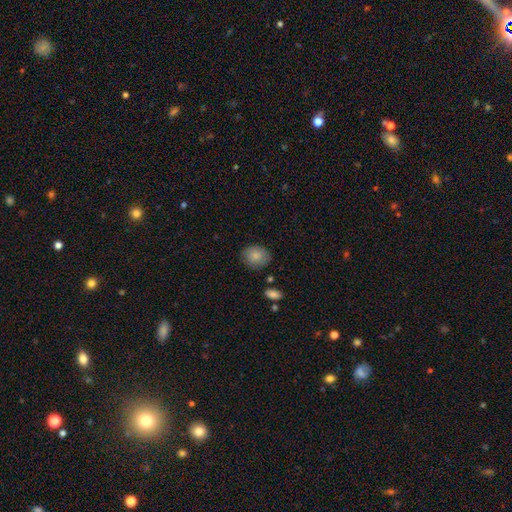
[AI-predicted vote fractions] The model was most divided on "how rounded": in between: 50%, round: 49%, cigar-shaped: 1%. More confident: smooth or featured — smooth (85%); merging — none (82%).